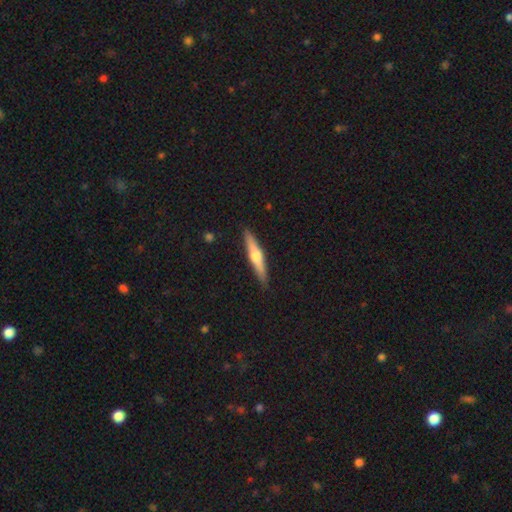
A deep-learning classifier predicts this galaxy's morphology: smooth_or_featured: featured or disk (p=0.55) [alt: smooth p=0.39]
disk_edge_on: yes (p=0.96) [alt: no p=0.04]
edge_on_bulge: rounded (p=0.89) [alt: none p=0.07]
merging: none (p=0.89) [alt: minor disturbance p=0.08]